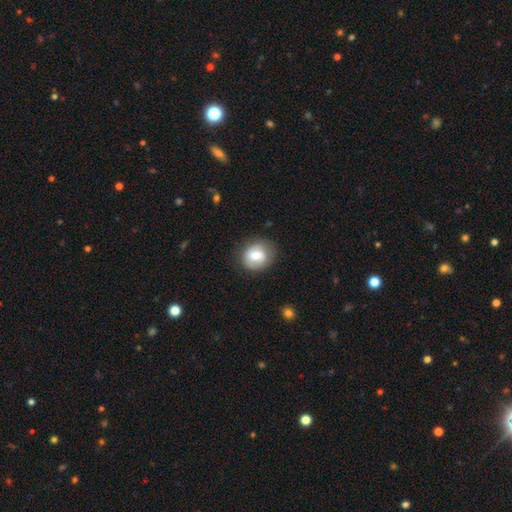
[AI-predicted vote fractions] This appears to be a smooth galaxy with no disk features (64%) that is round (70%). Merging: none (77%).